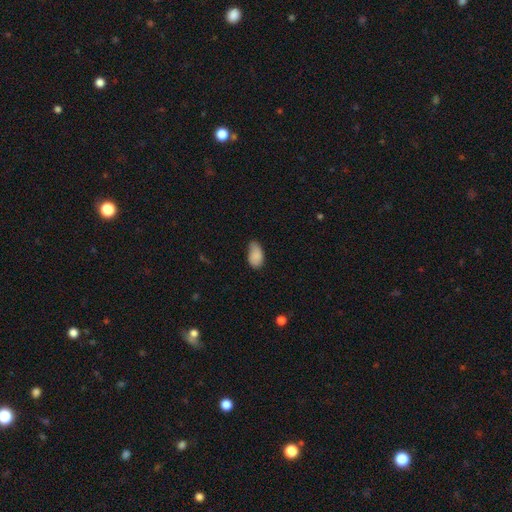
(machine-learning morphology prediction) smooth_or_featured: smooth (p=0.87) [alt: star or artifact p=0.07]
how_rounded: in between (p=0.93) [alt: round p=0.05]
merging: none (p=0.51) [alt: minor disturbance p=0.40]